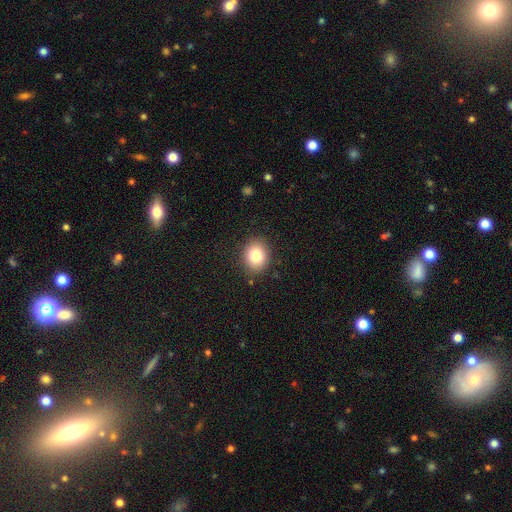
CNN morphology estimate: Smooth or featured? Predicted: smooth (p=0.82). How rounded? Predicted: round (p=0.55). Merging? Predicted: none (p=0.87).